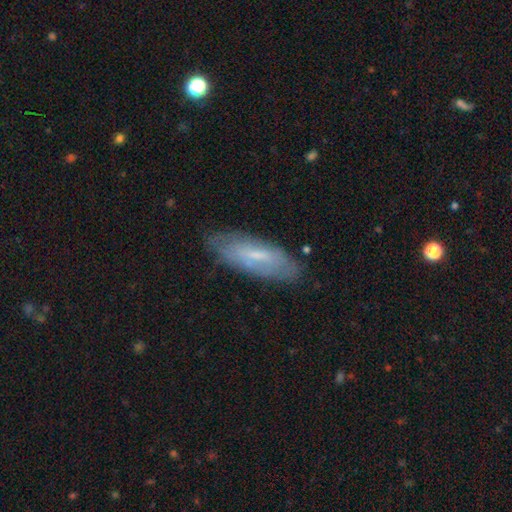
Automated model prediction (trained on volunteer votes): Overall: smooth (47%; featured or disk 45%). Merging: none (76%).